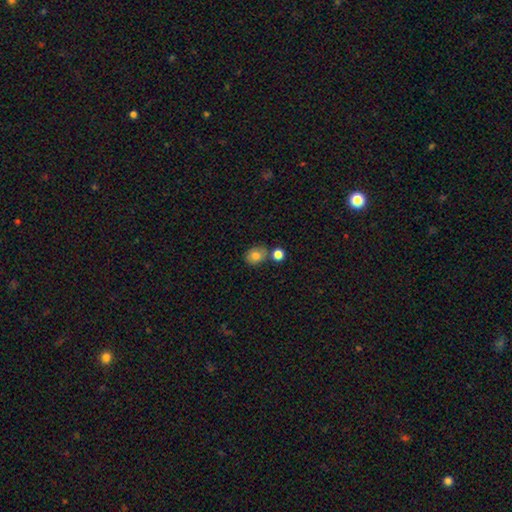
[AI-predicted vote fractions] A smooth galaxy with no disk features (82%) that is round (53%).

Vote fractions:
- Smooth or featured? smooth: 82% / star or artifact: 10% / featured or disk: 8%
- How rounded? round: 53% / in between: 46% / cigar-shaped: 1%
- Merging? none: 65% / merger: 18% / minor disturbance: 14% / major disturbance: 4%